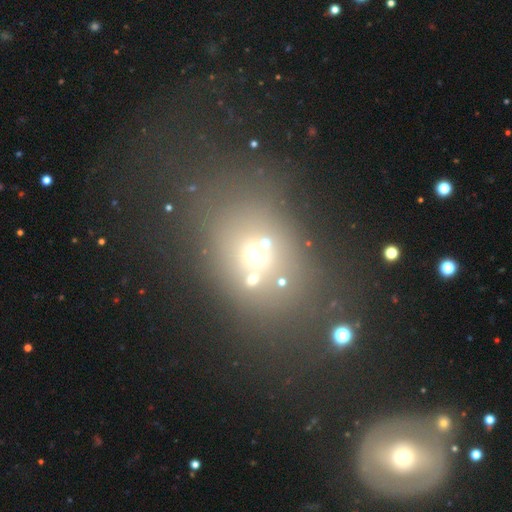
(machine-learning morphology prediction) This appears to be a smooth galaxy with no disk features (54%) that is in between round and cigar-shaped (60%). Merging: none (62%).